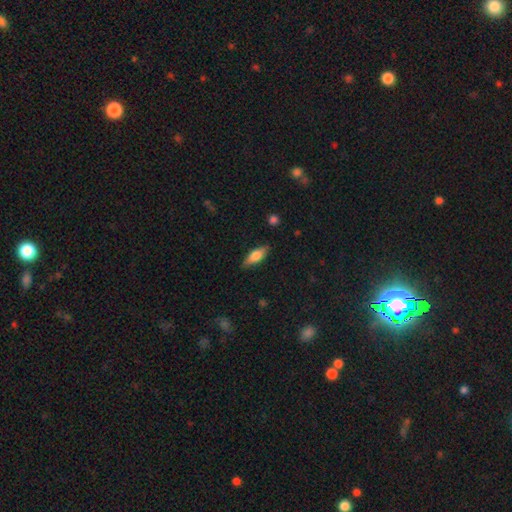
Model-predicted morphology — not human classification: A smooth galaxy with no disk features (71%) that is in between round and cigar-shaped (67%).

Vote fractions:
- Smooth or featured? smooth: 71% / featured or disk: 23% / star or artifact: 6%
- How rounded? in between: 67% / cigar-shaped: 30% / round: 2%
- Merging? none: 83% / minor disturbance: 14% / major disturbance: 3% / merger: 1%